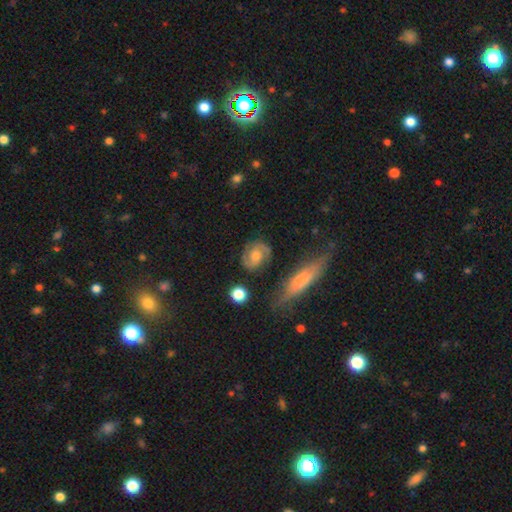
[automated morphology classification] Overall: featured or disk (61%; smooth 30%). Edge-on disk: no (92%). Bar: no (62%; weak 31%). Spiral arms: yes (87%). Bulge size: moderate (51%; small 24%). Merging: none (72%).